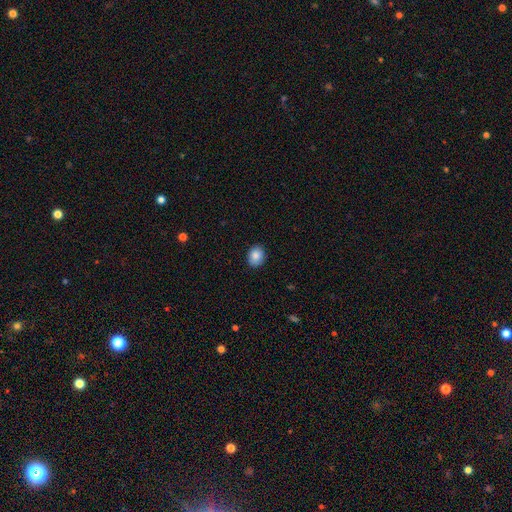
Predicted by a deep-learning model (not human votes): A smooth galaxy with no disk features (86%) that is round (50%).

Vote fractions:
- Smooth or featured? smooth: 86% / star or artifact: 8% / featured or disk: 5%
- How rounded? round: 50% / in between: 49% / cigar-shaped: 1%
- Merging? none: 88% / minor disturbance: 9% / major disturbance: 2% / merger: 1%